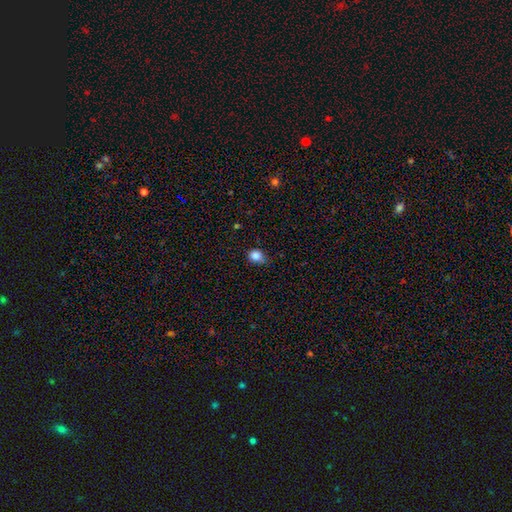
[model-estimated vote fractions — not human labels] Smooth or featured? Predicted: smooth (p=0.85). How rounded? Predicted: round (p=0.75). Merging? Predicted: none (p=0.62).